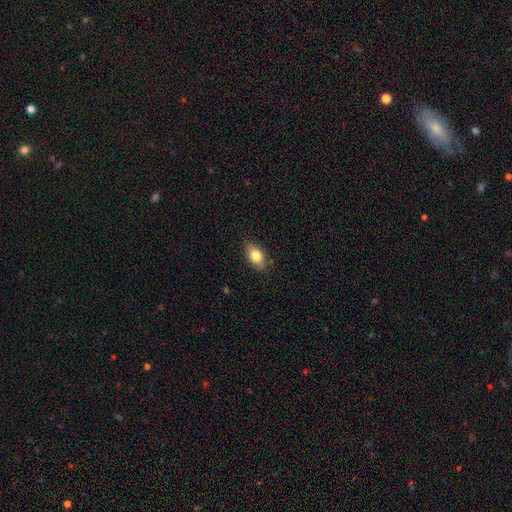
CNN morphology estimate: Q: Smooth or featured?
A: smooth (81%); runner-up: featured or disk (11%)
Q: How rounded?
A: in between (87%); runner-up: round (10%)
Q: Merging?
A: none (81%); runner-up: minor disturbance (15%)